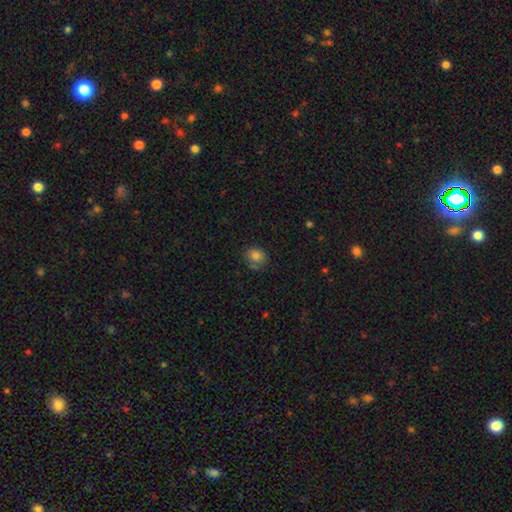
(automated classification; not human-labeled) smooth 81%, star or artifact 11%, featured or disk 8%. Down the decision tree: how rounded — round (58%); merging — none (62%).